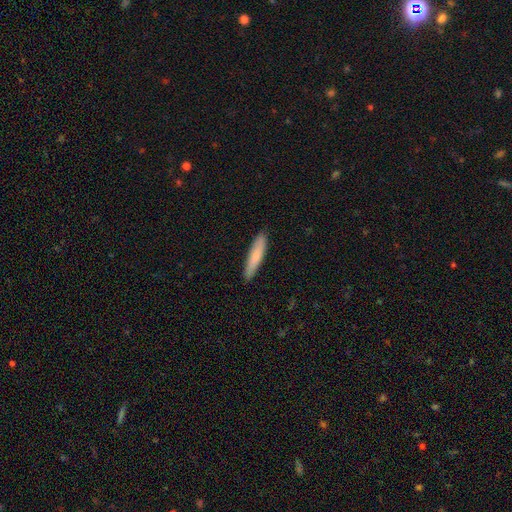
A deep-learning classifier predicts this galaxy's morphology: This is likely a smooth galaxy (74%). How rounded: clearly cigar-shaped (86%). Merging: clearly none (89%).